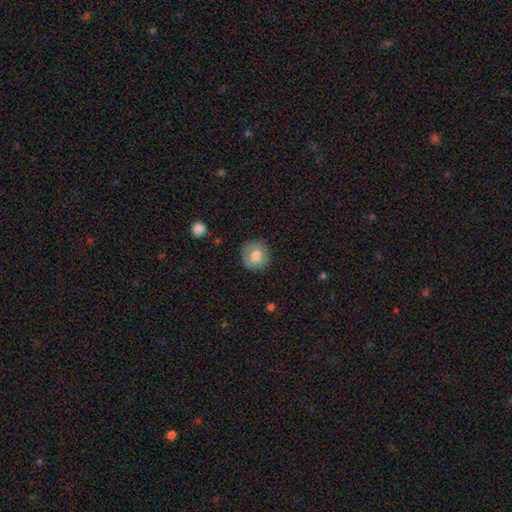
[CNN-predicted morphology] smooth_or_featured: smooth (p=0.73) [alt: featured or disk p=0.19]
how_rounded: round (p=0.92) [alt: in between p=0.07]
merging: none (p=0.85) [alt: minor disturbance p=0.11]